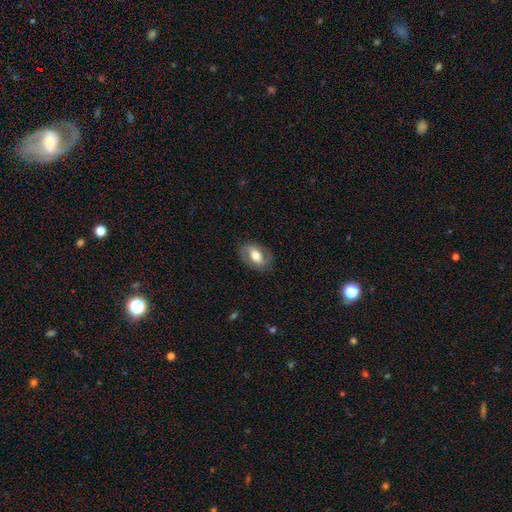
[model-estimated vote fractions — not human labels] Morphology: type=featured or disk (66%); edge-on=no (94%); bar=weak (37%); spiral arms=yes (79%); bulge=moderate (66%); merging=none (81%).